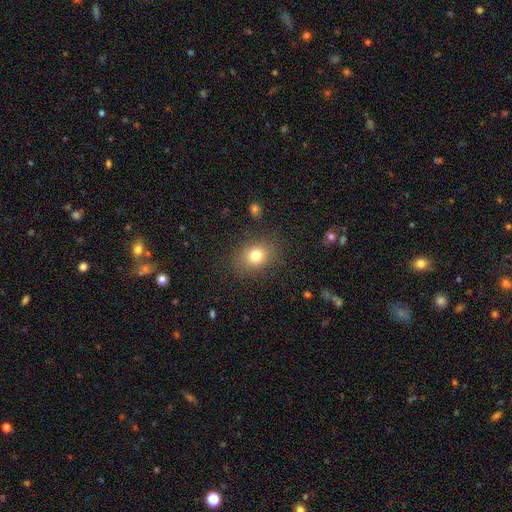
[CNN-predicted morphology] Q: Smooth or featured?
A: smooth (78%); runner-up: star or artifact (12%)
Q: How rounded?
A: in between (52%); runner-up: round (47%)
Q: Merging?
A: none (85%); runner-up: minor disturbance (10%)